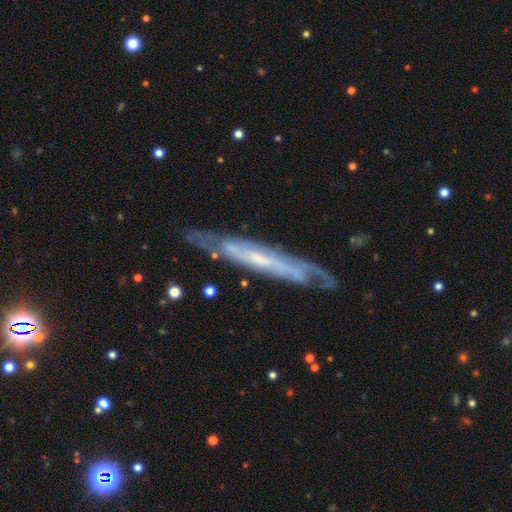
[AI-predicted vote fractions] A featured or disk galaxy (78%) viewed edge-on (59%). Merging: none (77%).